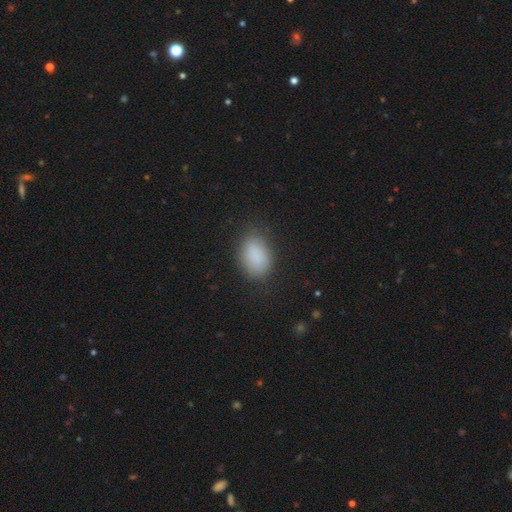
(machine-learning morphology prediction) Q: Smooth or featured?
A: smooth (87%); runner-up: star or artifact (8%)
Q: How rounded?
A: in between (85%); runner-up: round (14%)
Q: Merging?
A: none (80%); runner-up: minor disturbance (15%)